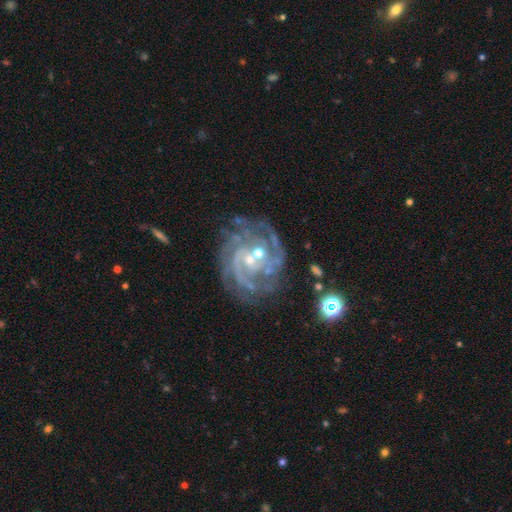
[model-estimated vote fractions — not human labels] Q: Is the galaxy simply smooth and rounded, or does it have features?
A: featured or disk — 88%.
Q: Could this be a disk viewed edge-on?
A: no — 98%.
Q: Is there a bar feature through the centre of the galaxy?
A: no — 64%.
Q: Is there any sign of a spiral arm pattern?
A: yes — 96%.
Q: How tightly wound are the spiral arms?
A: tight — 60%.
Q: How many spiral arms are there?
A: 3 — 26%.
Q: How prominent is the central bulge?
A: small — 58%.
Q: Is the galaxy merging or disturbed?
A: none — 63%.